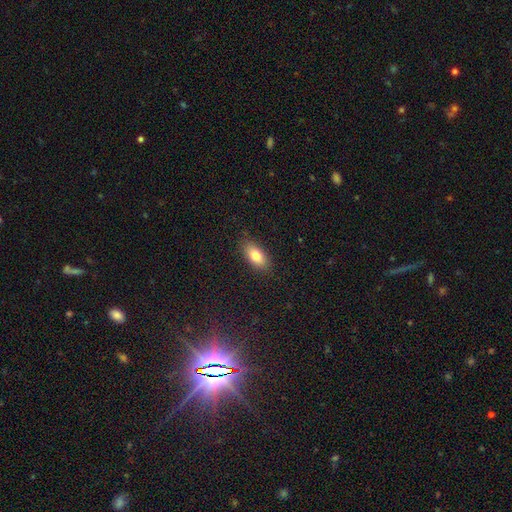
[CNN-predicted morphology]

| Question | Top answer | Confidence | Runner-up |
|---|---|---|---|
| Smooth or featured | smooth | 81% | featured or disk (11%) |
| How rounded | in between | 88% | cigar-shaped (9%) |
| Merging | none | 86% | minor disturbance (10%) |